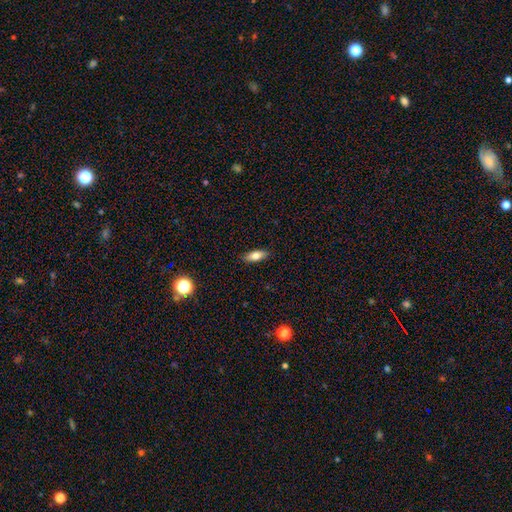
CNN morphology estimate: Smooth or featured?
  - smooth: 78% *
  - featured or disk: 14%
  - star or artifact: 8%
How rounded?
  - in between: 76% *
  - cigar-shaped: 21%
  - round: 3%
Merging?
  - none: 88% *
  - minor disturbance: 9%
  - major disturbance: 2%
  - merger: 1%